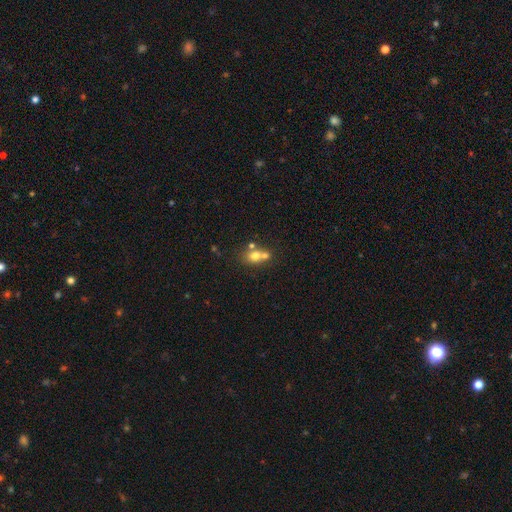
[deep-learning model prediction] smooth_or_featured: smooth (p=0.68) [alt: featured or disk p=0.19]
how_rounded: round (p=0.51) [alt: in between p=0.47]
merging: merger (p=0.52) [alt: none p=0.35]